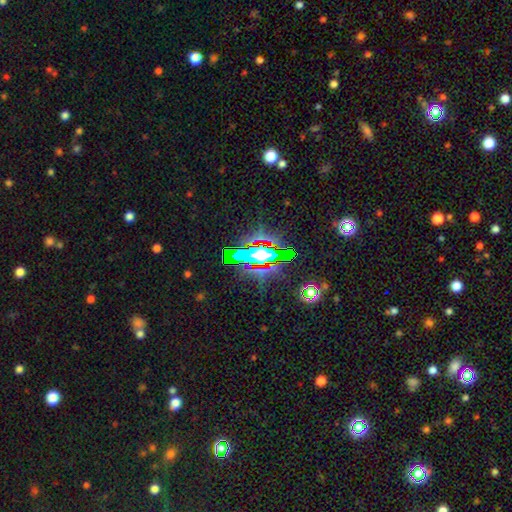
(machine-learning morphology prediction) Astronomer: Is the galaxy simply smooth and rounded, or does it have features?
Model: star or artifact — 53%.